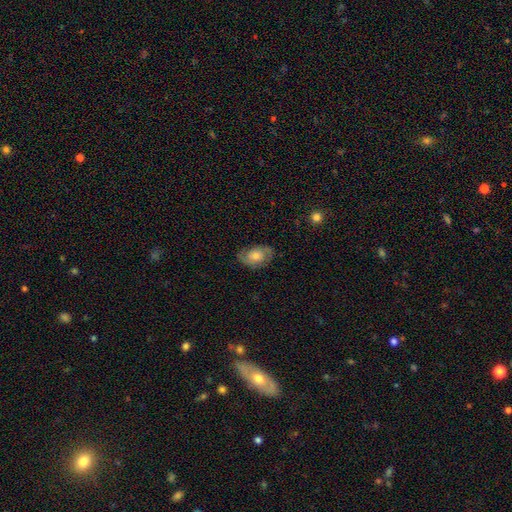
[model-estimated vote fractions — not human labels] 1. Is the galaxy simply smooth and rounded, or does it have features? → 54% featured or disk, 38% smooth, 9% star or artifact.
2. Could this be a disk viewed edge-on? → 94% no, 6% yes.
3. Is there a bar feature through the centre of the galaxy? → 74% no, 22% weak, 4% strong.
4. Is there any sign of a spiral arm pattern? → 81% yes, 19% no.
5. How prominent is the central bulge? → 55% moderate, 29% small, 11% large, 4% none, 2% dominant.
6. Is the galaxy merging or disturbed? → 75% none, 18% minor disturbance, 6% major disturbance, 1% merger.